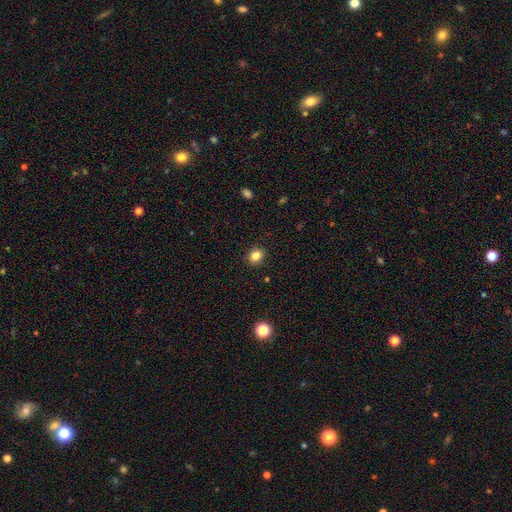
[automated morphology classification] This is clearly a smooth galaxy (83%). How rounded: likely round (66%). Merging: clearly none (90%).